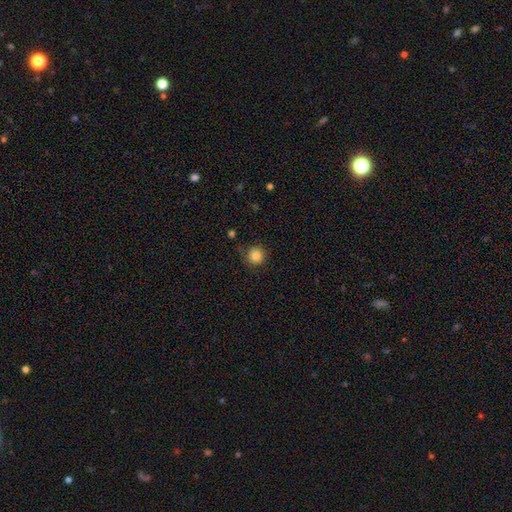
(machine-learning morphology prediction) smooth-or-featured: smooth: 85% | star or artifact: 11% | featured or disk: 5%
  how-rounded: round: 95% | in between: 4% | cigar-shaped: 1%
  merging: none: 86% | minor disturbance: 10% | major disturbance: 3% | merger: 2%